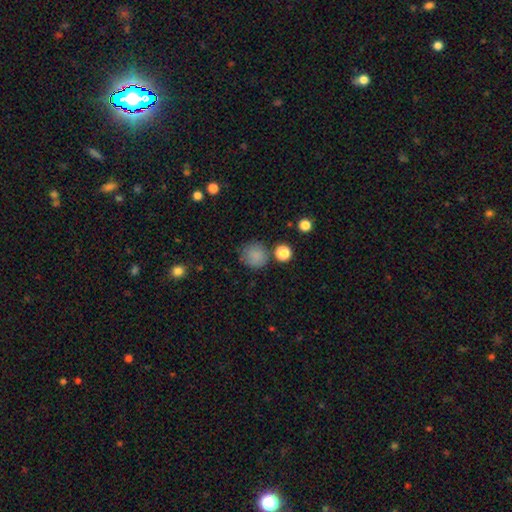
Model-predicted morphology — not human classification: Smooth or featured? smooth (84%)
How rounded? round (90%)
Merging? none (77%)